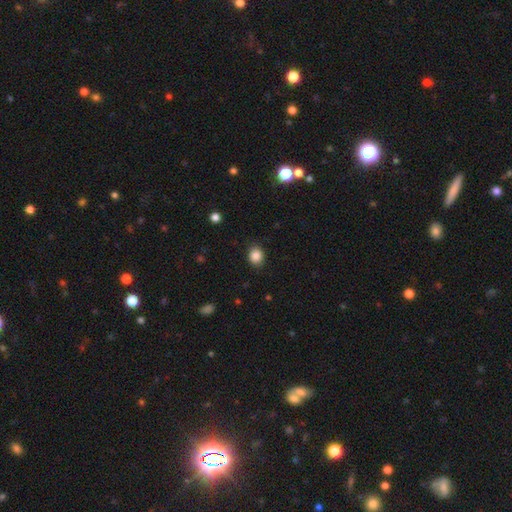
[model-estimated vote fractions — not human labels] Smooth or featured? Predicted: smooth (p=0.86). How rounded? Predicted: round (p=0.63). Merging? Predicted: none (p=0.86).